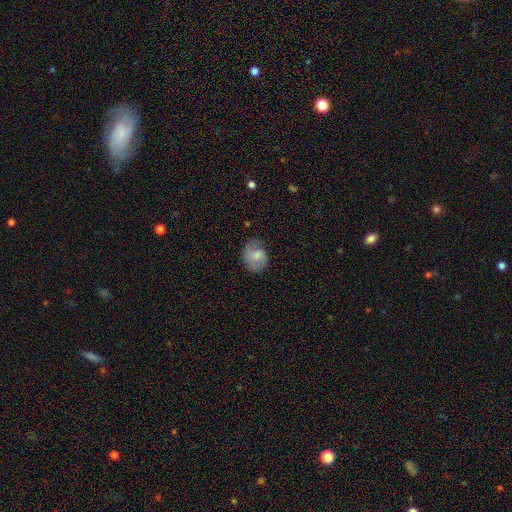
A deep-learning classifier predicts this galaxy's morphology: A smooth galaxy with no disk features (60%) that is round (51%).

Vote fractions:
- Smooth or featured? smooth: 60% / featured or disk: 32% / star or artifact: 8%
- How rounded? round: 51% / in between: 48% / cigar-shaped: 1%
- Merging? none: 58% / minor disturbance: 28% / major disturbance: 12% / merger: 1%